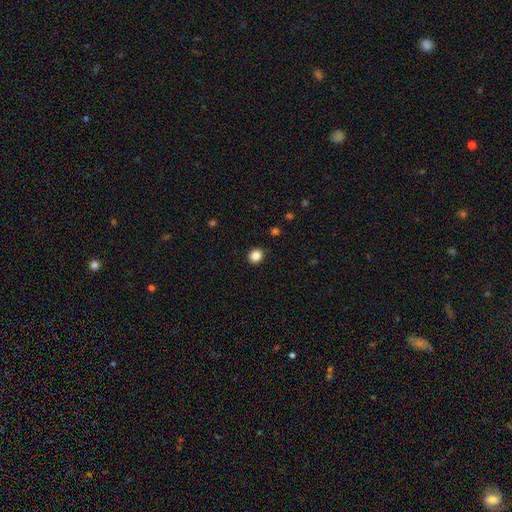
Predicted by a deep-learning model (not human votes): This is clearly a smooth galaxy (86%). How rounded: likely round (77%). Merging: clearly none (90%).